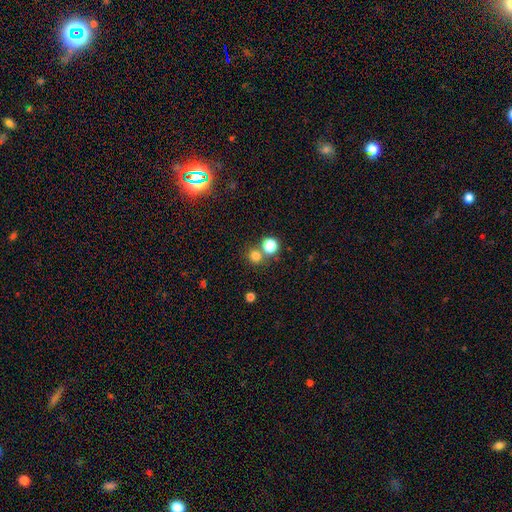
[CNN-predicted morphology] Smooth or featured? Predicted: smooth (p=0.78). How rounded? Predicted: round (p=0.89). Merging? Predicted: none (p=0.62).